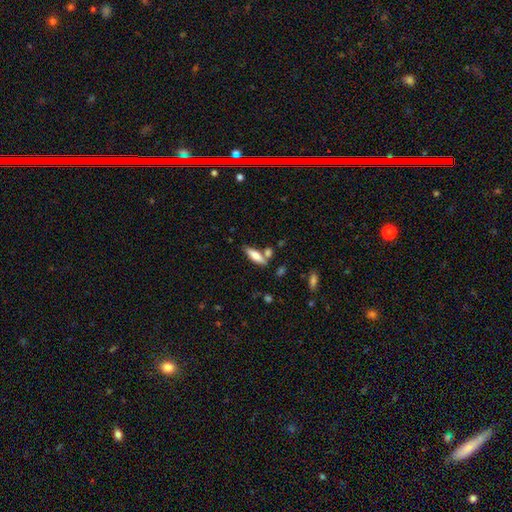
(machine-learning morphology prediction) Q: Smooth or featured?
A: smooth (68%); runner-up: featured or disk (25%)
Q: How rounded?
A: cigar-shaped (52%); runner-up: in between (46%)
Q: Merging?
A: none (66%); runner-up: merger (17%)